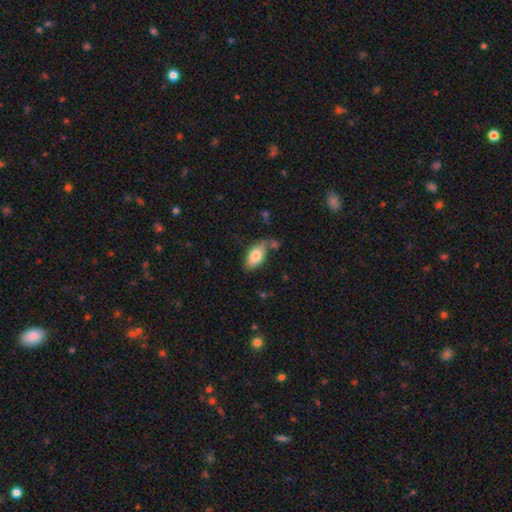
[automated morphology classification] A smooth galaxy with no disk features (79%) that is in between round and cigar-shaped (92%).

Vote fractions:
- Smooth or featured? smooth: 79% / featured or disk: 14% / star or artifact: 6%
- How rounded? in between: 92% / cigar-shaped: 5% / round: 4%
- Merging? none: 60% / minor disturbance: 21% / merger: 13% / major disturbance: 7%